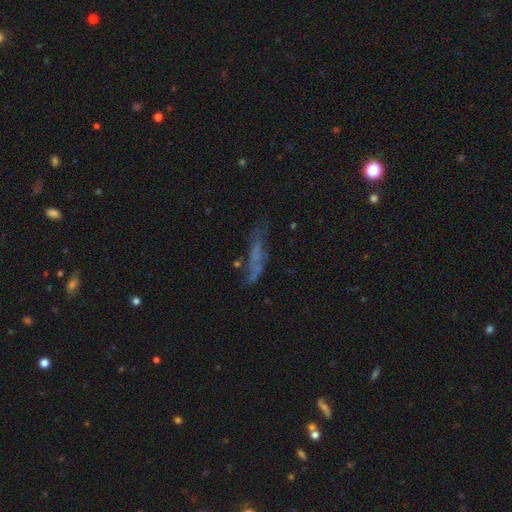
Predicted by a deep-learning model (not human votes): This is marginally a smooth galaxy (43%). Merging: possibly none (52%).